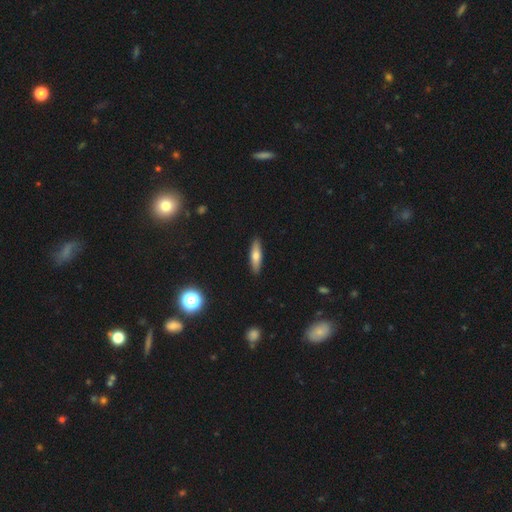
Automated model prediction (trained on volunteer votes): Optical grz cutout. It shows a smooth galaxy with no disk features (65%) that is cigar-shaped (67%). Merging: none (90%).